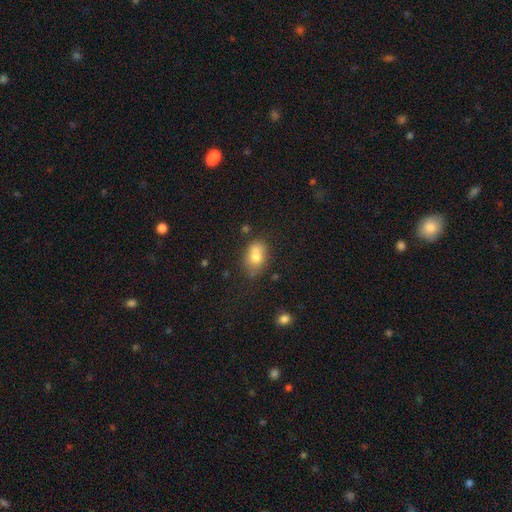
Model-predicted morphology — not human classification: Smooth or featured: smooth — 74% (featured or disk — 16%)
How rounded: in between — 80% (round — 17%)
Merging: none — 52% (minor disturbance — 23%)